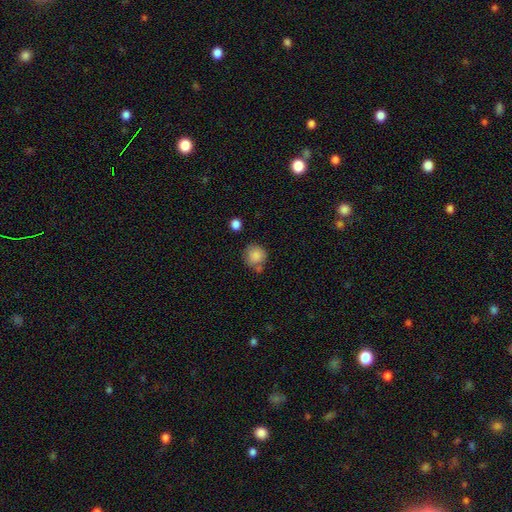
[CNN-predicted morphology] This is clearly a smooth galaxy (86%). How rounded: clearly round (87%). Merging: likely none (63%).